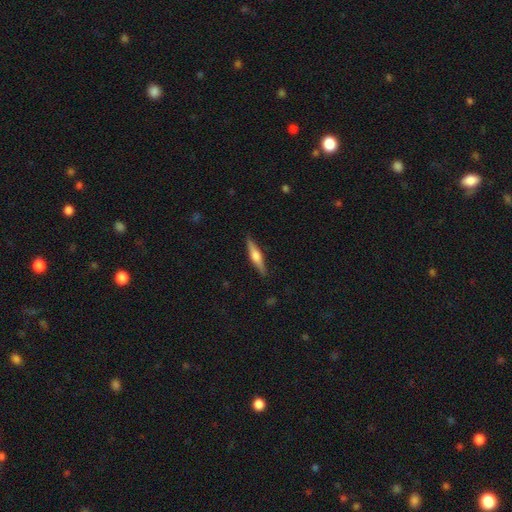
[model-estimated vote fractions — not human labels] The model was most divided on "smooth or featured": featured or disk: 59%, smooth: 35%, star or artifact: 6%. More confident: edge-on disk — yes (97%); merging — none (89%); edge-on bulge — rounded (86%).